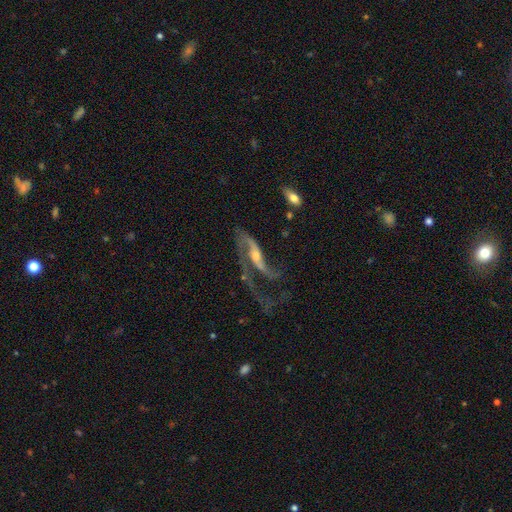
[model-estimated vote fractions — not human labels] A featured or disk galaxy (83%) with no bar (45%), 2 (69%) loose (71%) spiral arms (90%) and a moderate central bulge (47%). Merging: major disturbance (48%).